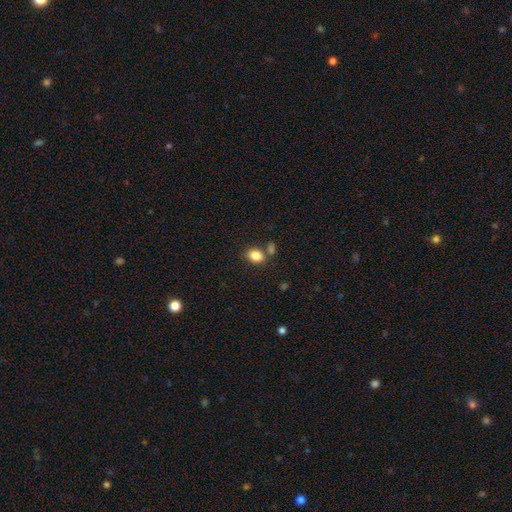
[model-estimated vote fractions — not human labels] This is clearly a smooth galaxy (85%). How rounded: likely in between (65%). Merging: likely none (68%).